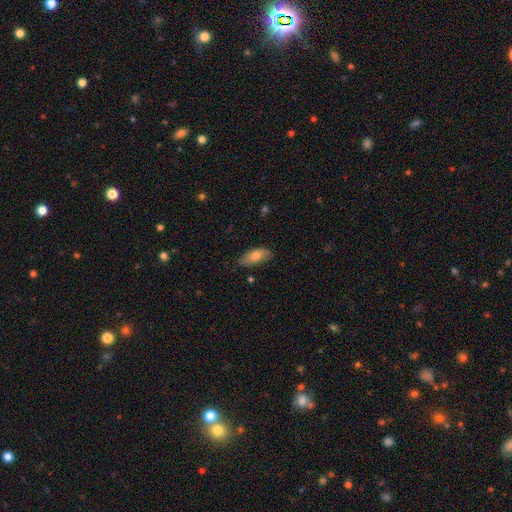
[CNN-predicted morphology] The model was most divided on "merging": none: 71%, minor disturbance: 24%, major disturbance: 4%, merger: 2%. More confident: how rounded — in between (86%); smooth or featured — smooth (77%).